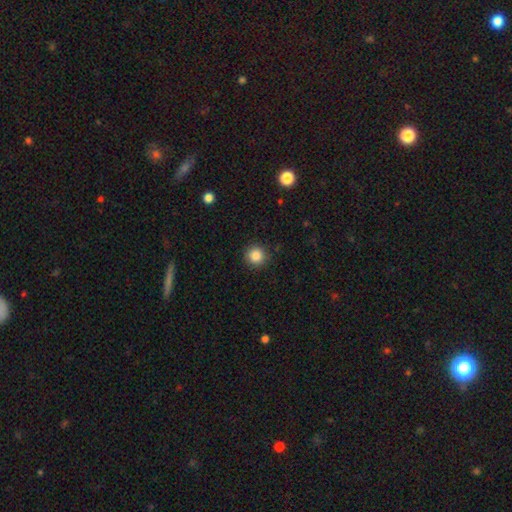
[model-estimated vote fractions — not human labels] Smooth or featured? Predicted: smooth (p=0.86). How rounded? Predicted: round (p=0.95). Merging? Predicted: none (p=0.90).